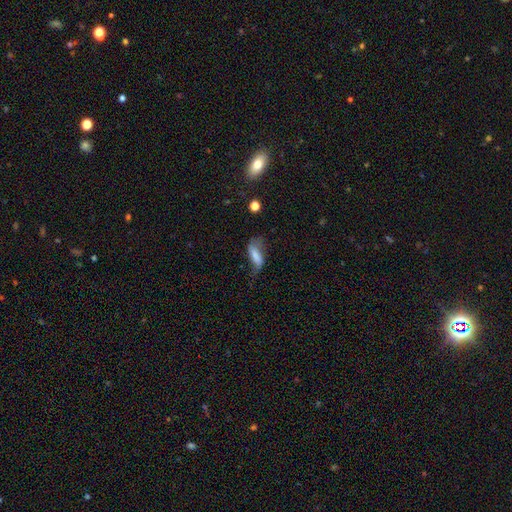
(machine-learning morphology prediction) type=smooth (57%); roundness=in between (67%); merging=none (35%).